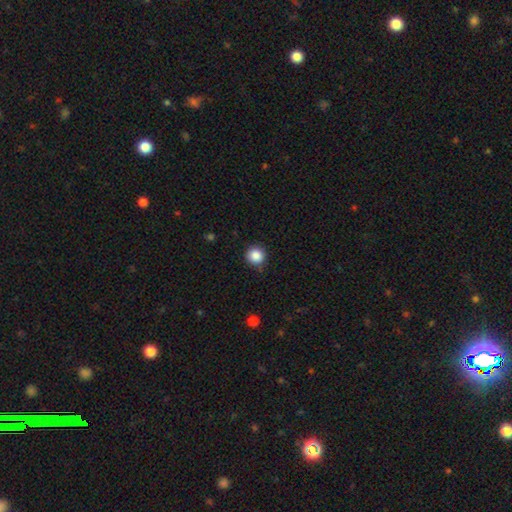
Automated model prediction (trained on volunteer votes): A smooth galaxy with no disk features (87%) that is round (94%). Merging: none (86%).